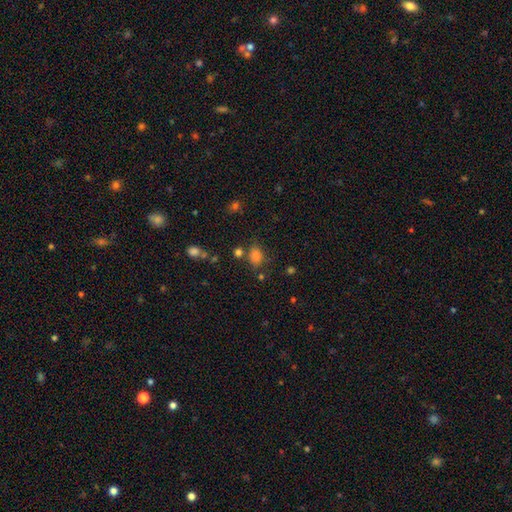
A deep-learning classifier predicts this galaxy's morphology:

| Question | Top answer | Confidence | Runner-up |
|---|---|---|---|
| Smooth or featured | smooth | 77% | star or artifact (16%) |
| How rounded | in between | 61% | round (37%) |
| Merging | none | 72% | minor disturbance (14%) |